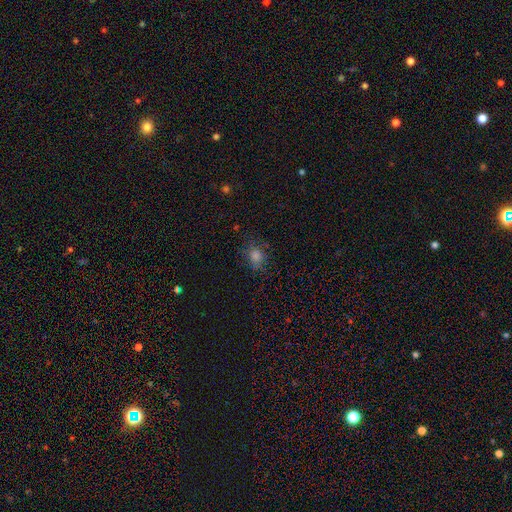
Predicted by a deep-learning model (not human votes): This appears to be a smooth galaxy with no disk features (70%) that is round (61%). Merging: none (74%).